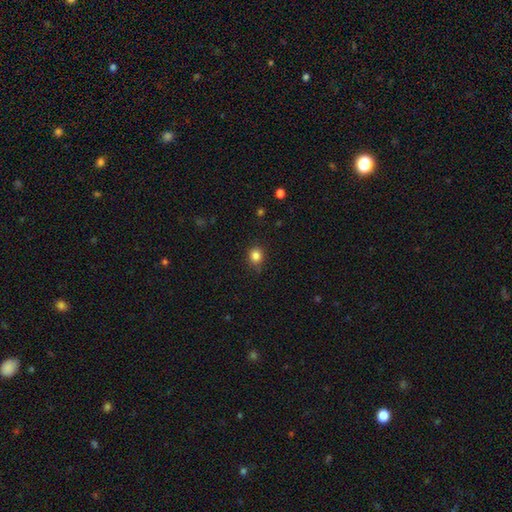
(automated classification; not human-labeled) Smooth or featured?
  - smooth: 84% *
  - star or artifact: 12%
  - featured or disk: 4%
How rounded?
  - round: 81% *
  - in between: 18%
  - cigar-shaped: 1%
Merging?
  - none: 83% *
  - minor disturbance: 12%
  - major disturbance: 3%
  - merger: 1%